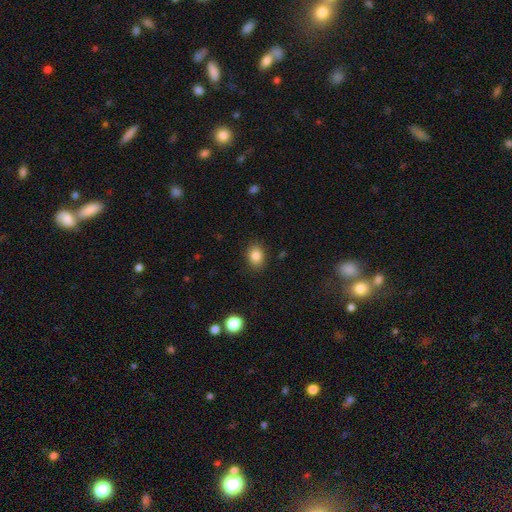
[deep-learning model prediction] This appears to be a smooth galaxy with no disk features (85%) that is in between round and cigar-shaped (66%). Merging: none (87%).